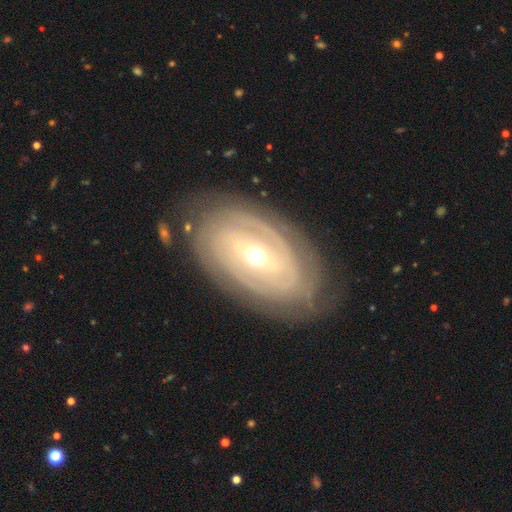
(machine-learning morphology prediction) Q: Smooth or featured?
A: featured or disk (84%); runner-up: smooth (11%)
Q: Edge-on disk?
A: no (93%); runner-up: yes (7%)
Q: Bar?
A: no (38%); runner-up: weak (37%)
Q: Spiral arms?
A: yes (85%); runner-up: no (15%)
Q: Spiral winding?
A: tight (78%); runner-up: medium (17%)
Q: Spiral arm count?
A: can't tell (41%); runner-up: 2 (31%)
Q: Bulge size?
A: moderate (63%); runner-up: small (32%)
Q: Merging?
A: none (80%); runner-up: minor disturbance (14%)